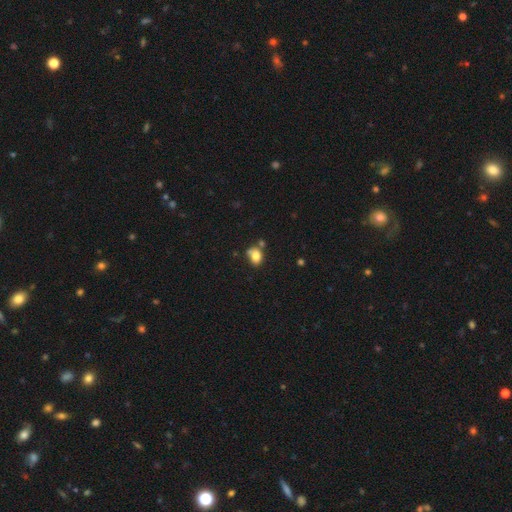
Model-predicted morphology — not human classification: Q: Smooth or featured?
A: smooth (79%); runner-up: featured or disk (11%)
Q: How rounded?
A: in between (65%); runner-up: round (34%)
Q: Merging?
A: none (49%); runner-up: minor disturbance (22%)